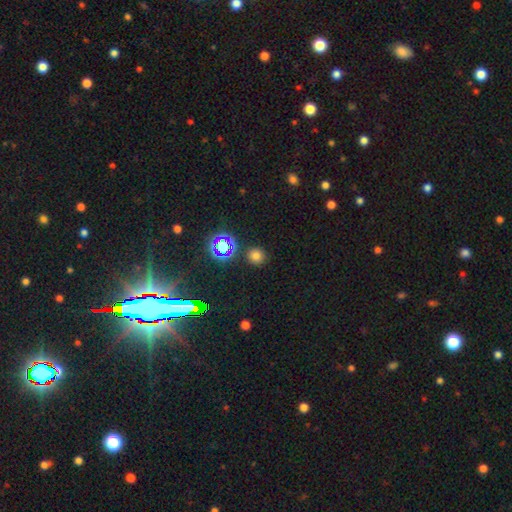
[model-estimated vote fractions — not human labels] Q: Smooth or featured?
A: smooth (70%); runner-up: star or artifact (25%)
Q: How rounded?
A: round (90%); runner-up: in between (9%)
Q: Merging?
A: none (87%); runner-up: minor disturbance (7%)